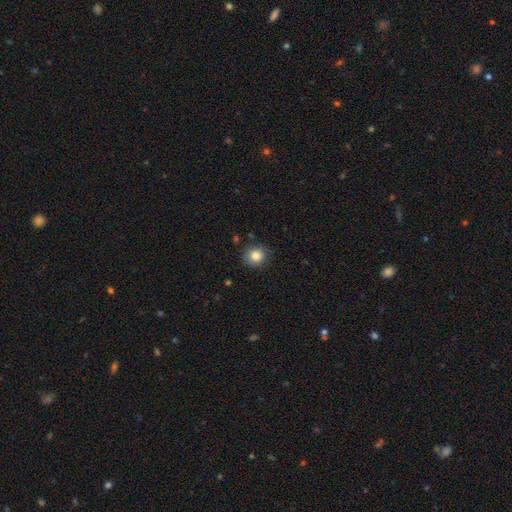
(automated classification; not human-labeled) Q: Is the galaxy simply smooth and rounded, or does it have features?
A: smooth — 84%.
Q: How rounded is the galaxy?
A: round — 89%.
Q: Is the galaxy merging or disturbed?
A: none — 85%.